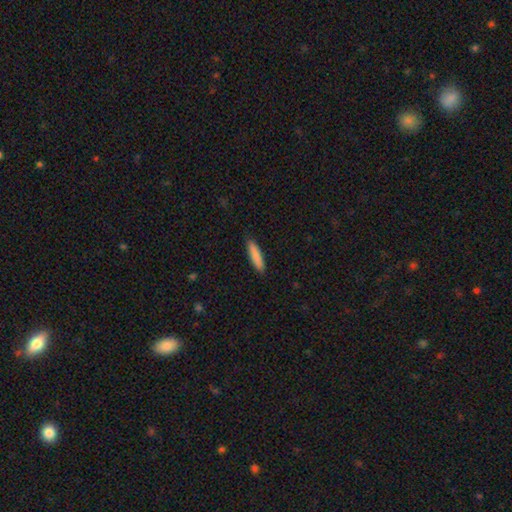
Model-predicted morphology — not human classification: type=smooth (87%); roundness=cigar-shaped (81%); merging=none (89%).